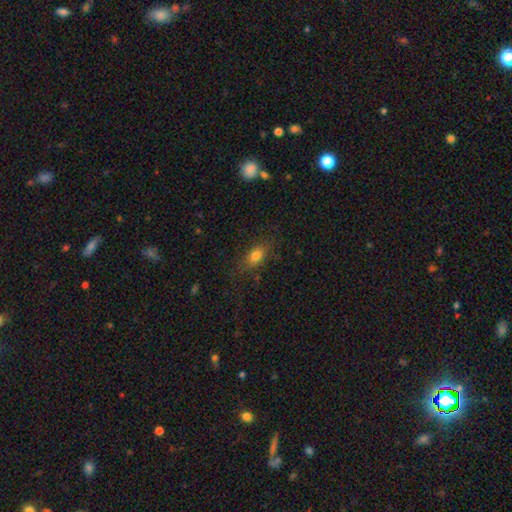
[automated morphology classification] smooth_or_featured: smooth (p=0.77) [alt: featured or disk p=0.11]
how_rounded: in between (p=0.77) [alt: round p=0.14]
merging: none (p=0.76) [alt: minor disturbance p=0.16]